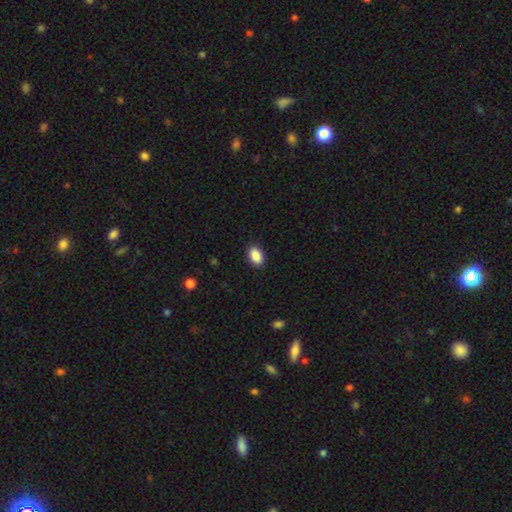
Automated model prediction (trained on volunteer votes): This is clearly a smooth galaxy (90%). How rounded: clearly in between (91%). Merging: clearly none (90%).